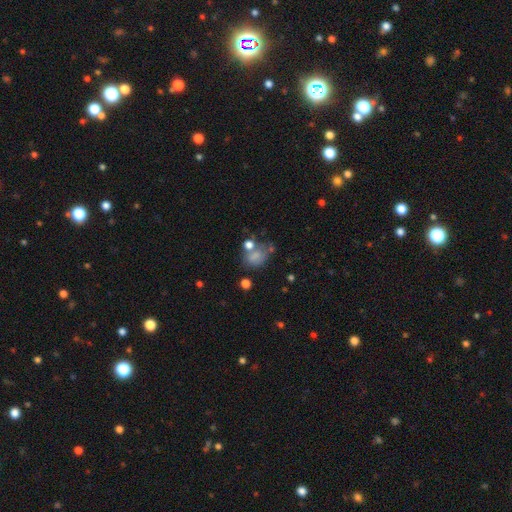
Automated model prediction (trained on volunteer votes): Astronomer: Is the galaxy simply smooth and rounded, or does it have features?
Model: smooth — 64%.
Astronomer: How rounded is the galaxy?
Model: in between — 60% (runner-up: round, 38%).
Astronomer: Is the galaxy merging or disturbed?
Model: none — 40% (runner-up: minor disturbance, 22%).